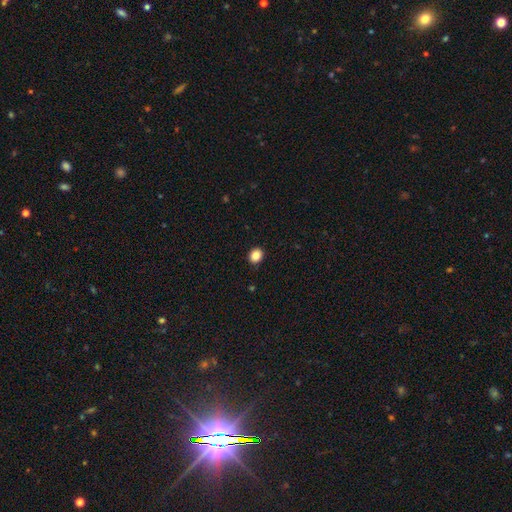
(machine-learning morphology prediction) smooth 86%, star or artifact 10%, featured or disk 4%. Down the decision tree: how rounded — round (71%); merging — none (92%).